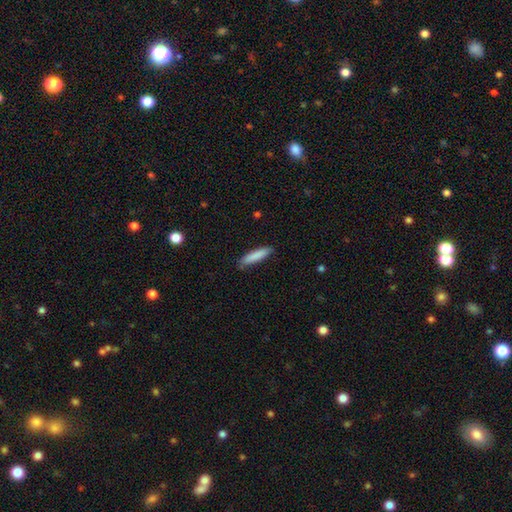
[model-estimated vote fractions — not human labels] The model was most divided on "how rounded": cigar-shaped: 82%, in between: 17%, round: 1%. More confident: smooth or featured — smooth (85%); merging — none (82%).